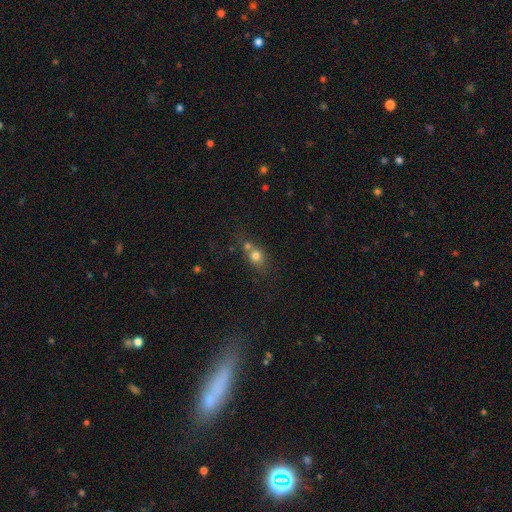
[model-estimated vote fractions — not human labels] Smooth or featured: smooth — 73% (featured or disk — 14%)
How rounded: round — 64% (in between — 33%)
Merging: merger — 48% (none — 37%)